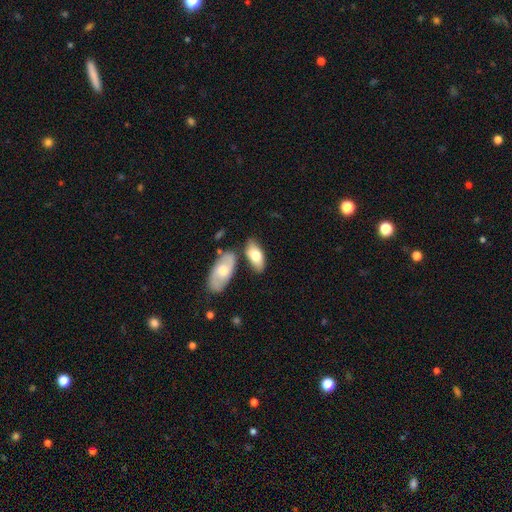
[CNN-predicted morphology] A smooth galaxy with no disk features (69%) that is in between round and cigar-shaped (90%). Merging: none (65%).